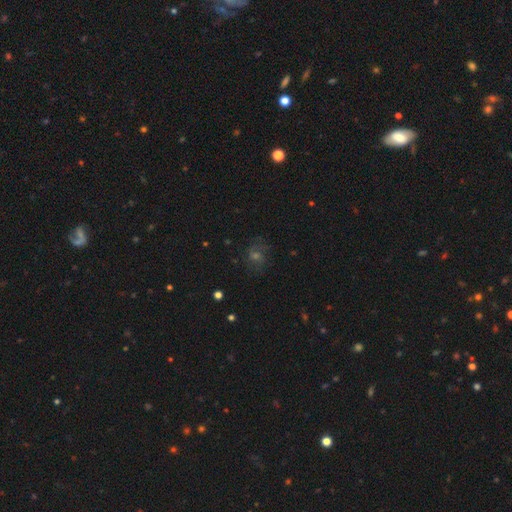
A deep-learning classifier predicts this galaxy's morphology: smooth_or_featured: smooth (p=0.38) [alt: star or artifact p=0.35]
merging: none (p=0.74) [alt: minor disturbance p=0.15]